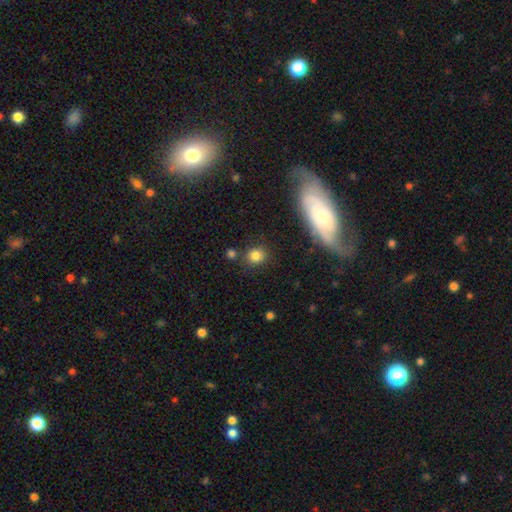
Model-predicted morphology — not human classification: smooth-or-featured: smooth: 80% | star or artifact: 13% | featured or disk: 7%
  how-rounded: round: 82% | in between: 17% | cigar-shaped: 1%
  merging: none: 81% | minor disturbance: 9% | merger: 6% | major disturbance: 3%